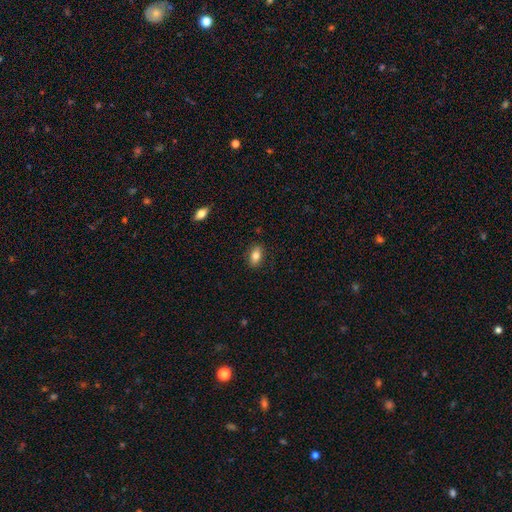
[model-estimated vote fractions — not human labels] smooth 81%, featured or disk 10%, star or artifact 8%. Down the decision tree: how rounded — in between (86%); merging — none (86%).